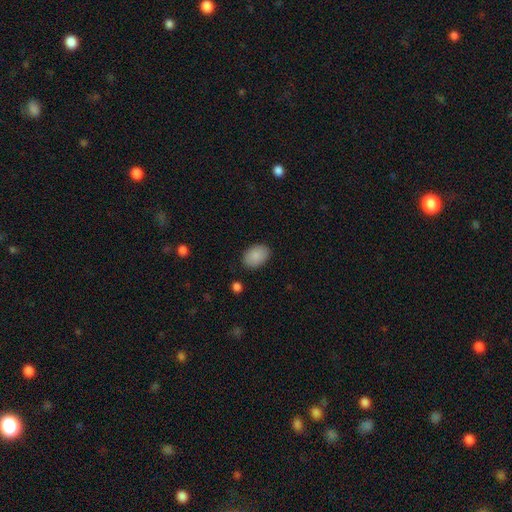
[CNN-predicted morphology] Smooth or featured: smooth — 89% (star or artifact — 7%)
How rounded: in between — 88% (round — 11%)
Merging: none — 87% (minor disturbance — 10%)